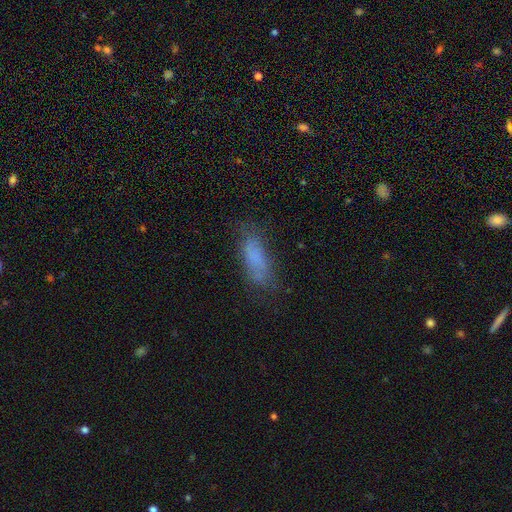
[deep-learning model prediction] smooth 69%, featured or disk 19%, star or artifact 12%. Down the decision tree: how rounded — in between (64%); merging — none (63%).